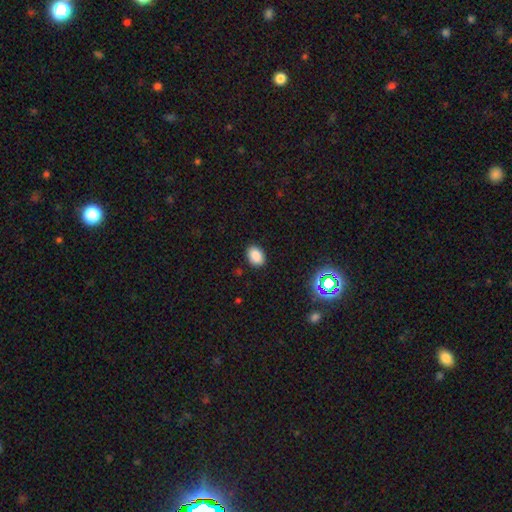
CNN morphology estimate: Overall: smooth (85%). How rounded: in between (75%). Merging: none (88%).